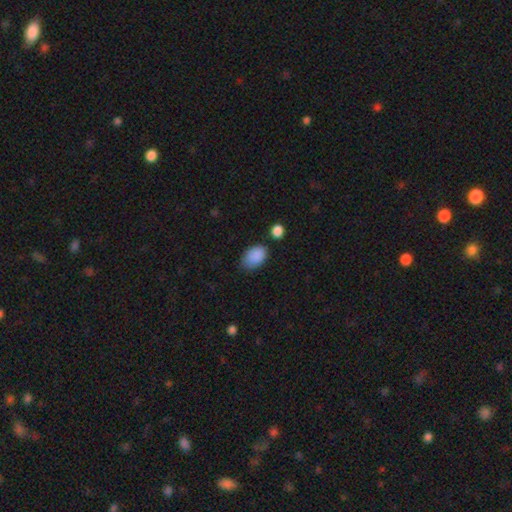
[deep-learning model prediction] Smooth or featured?
  - smooth: 89% *
  - star or artifact: 8%
  - featured or disk: 4%
How rounded?
  - in between: 87% *
  - round: 11%
  - cigar-shaped: 1%
Merging?
  - none: 68% *
  - minor disturbance: 22%
  - merger: 5%
  - major disturbance: 5%